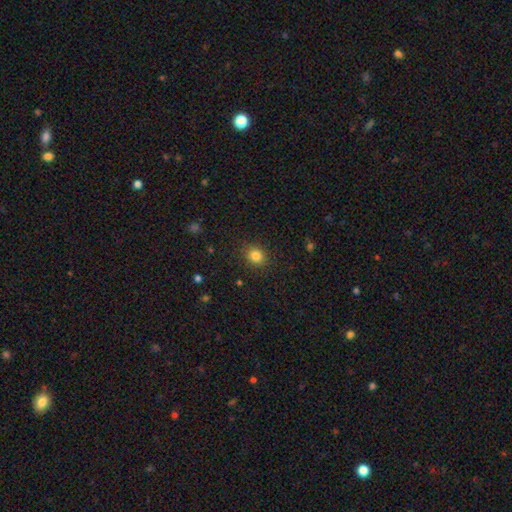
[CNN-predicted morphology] Smooth or featured: smooth — 83% (star or artifact — 12%)
How rounded: round — 73% (in between — 27%)
Merging: none — 88% (minor disturbance — 8%)